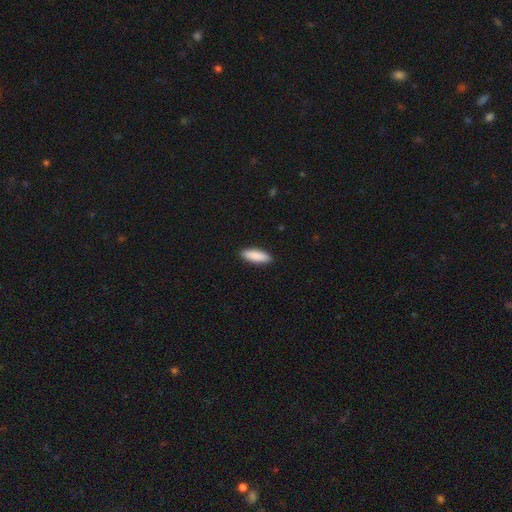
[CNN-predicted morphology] The model was most divided on "how rounded": in between: 54%, cigar-shaped: 44%, round: 2%. More confident: merging — none (91%); smooth or featured — smooth (89%).